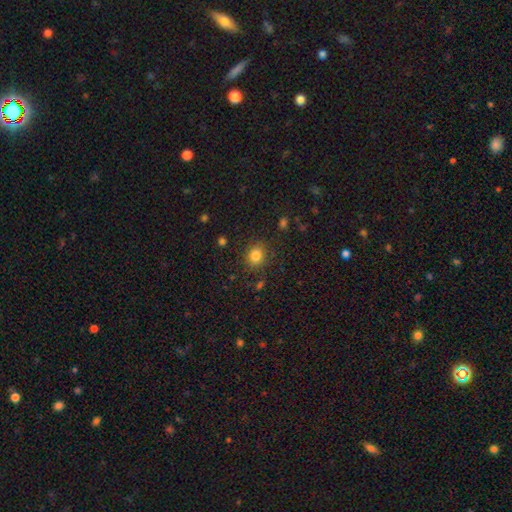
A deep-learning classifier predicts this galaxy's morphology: smooth_or_featured: smooth (p=0.82) [alt: star or artifact p=0.12]
how_rounded: round (p=0.72) [alt: in between p=0.28]
merging: none (p=0.84) [alt: minor disturbance p=0.10]